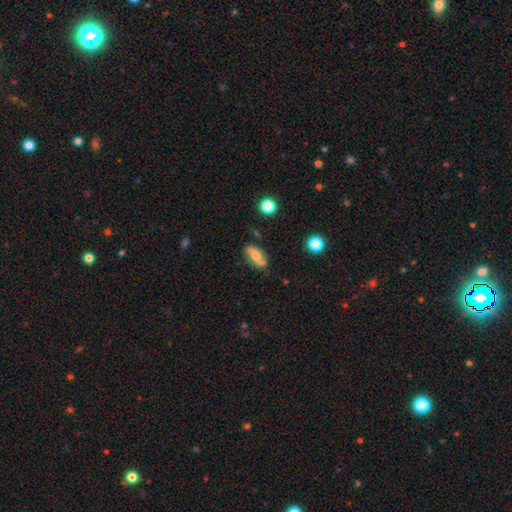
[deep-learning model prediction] Q: Smooth or featured?
A: featured or disk (60%); runner-up: smooth (32%)
Q: Edge-on disk?
A: no (89%); runner-up: yes (11%)
Q: Bar?
A: no (52%); runner-up: weak (32%)
Q: Spiral arms?
A: yes (87%); runner-up: no (13%)
Q: Bulge size?
A: moderate (63%); runner-up: small (24%)
Q: Merging?
A: none (78%); runner-up: minor disturbance (16%)